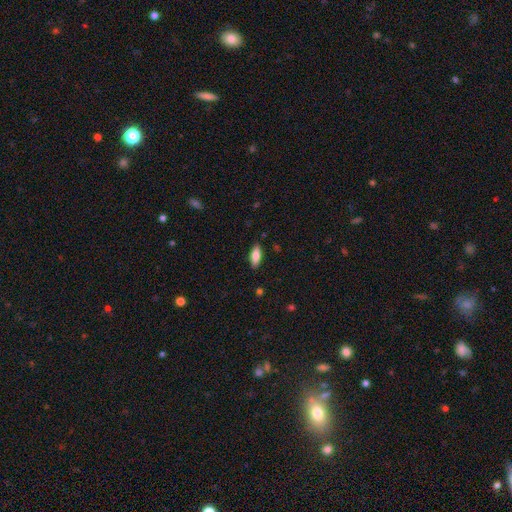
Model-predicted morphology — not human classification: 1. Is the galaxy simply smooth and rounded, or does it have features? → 77% smooth, 16% featured or disk, 6% star or artifact.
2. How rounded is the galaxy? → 73% in between, 25% cigar-shaped, 2% round.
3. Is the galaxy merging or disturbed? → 88% none, 9% minor disturbance, 2% major disturbance, 1% merger.